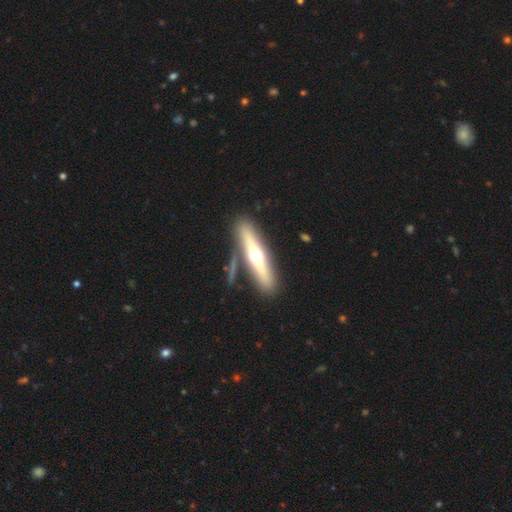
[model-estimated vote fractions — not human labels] Smooth or featured? featured or disk (63%)
Edge-on disk? yes (92%)
Edge-on bulge? rounded (95%)
Merging? none (84%)